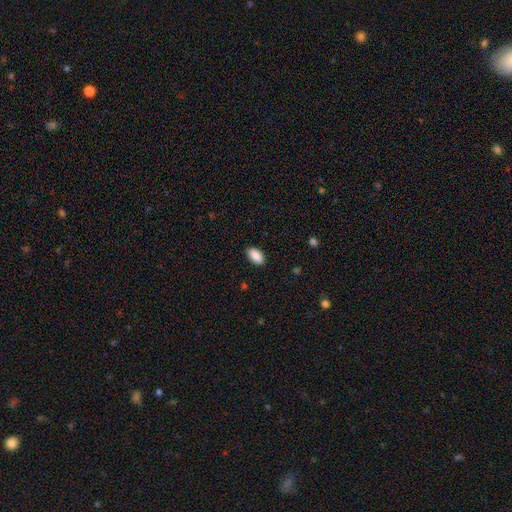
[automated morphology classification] Smooth or featured: smooth — 90% (star or artifact — 7%)
How rounded: in between — 94% (round — 3%)
Merging: none — 89% (minor disturbance — 8%)